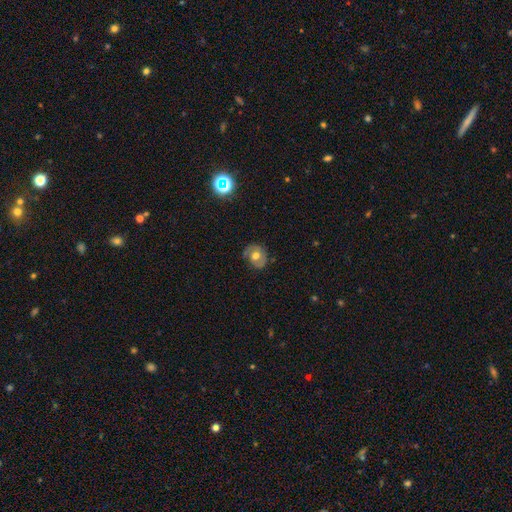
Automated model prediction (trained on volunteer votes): Smooth or featured? Predicted: featured or disk (p=0.51). Edge-on disk? Predicted: no (p=0.96). Merging? Predicted: none (p=0.74).